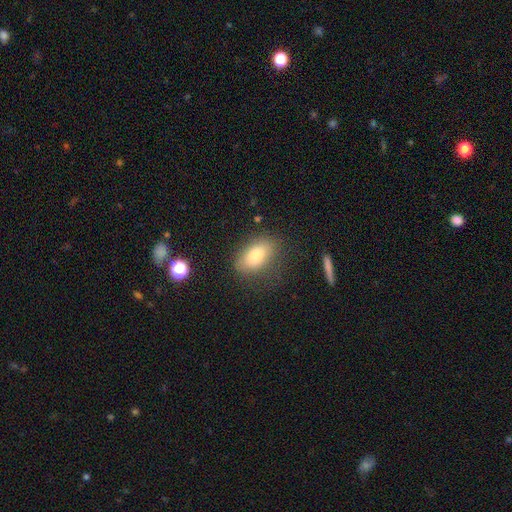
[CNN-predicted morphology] Smooth or featured? smooth (79%)
How rounded? in between (88%)
Merging? none (74%)